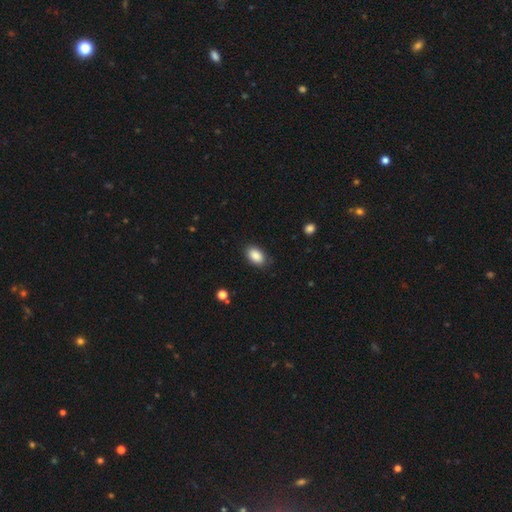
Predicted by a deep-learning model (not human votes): Smooth or featured? Predicted: smooth (p=0.88). How rounded? Predicted: in between (p=0.90). Merging? Predicted: none (p=0.84).